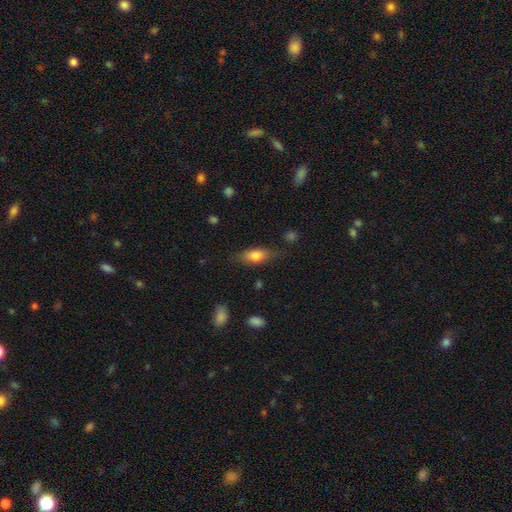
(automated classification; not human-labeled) The model was most divided on "merging": none: 75%, minor disturbance: 18%, major disturbance: 5%, merger: 2%. More confident: how rounded — in between (77%); smooth or featured — smooth (76%).